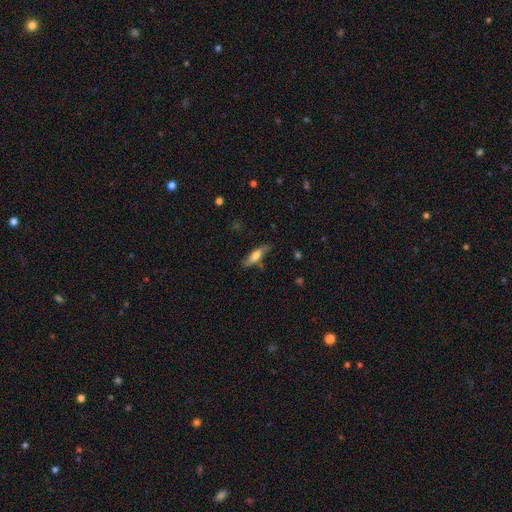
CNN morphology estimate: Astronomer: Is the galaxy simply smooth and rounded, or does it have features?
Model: smooth — 65%.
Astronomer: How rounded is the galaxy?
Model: cigar-shaped — 58% (runner-up: in between, 39%).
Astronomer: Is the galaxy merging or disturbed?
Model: none — 73%.